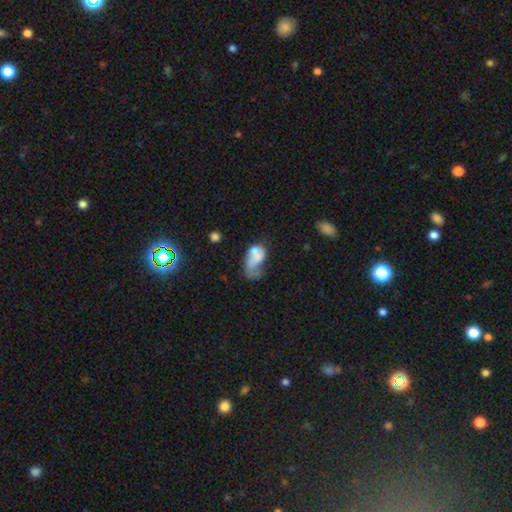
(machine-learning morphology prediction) Smooth or featured: smooth — 58% (featured or disk — 33%)
How rounded: in between — 88% (round — 9%)
Merging: major disturbance — 40% (merger — 26%)